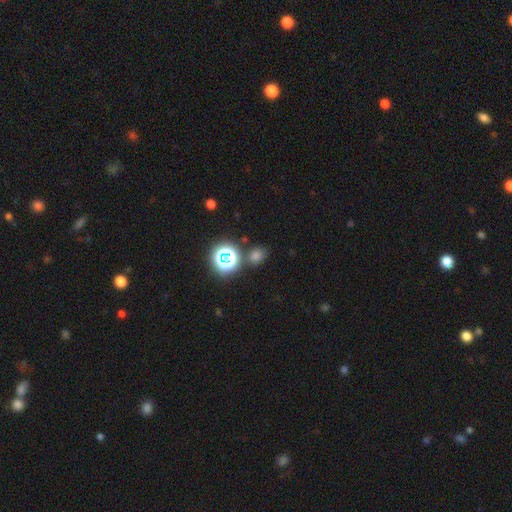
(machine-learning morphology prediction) The model was most divided on "smooth or featured": smooth: 60%, star or artifact: 34%, featured or disk: 6%. More confident: merging — none (78%); how rounded — round (67%).